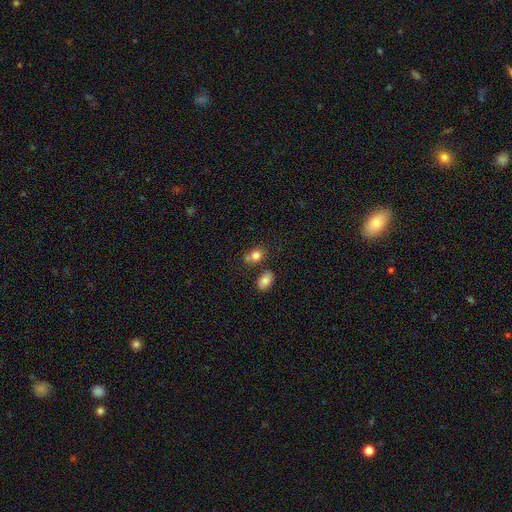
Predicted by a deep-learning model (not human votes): smooth_or_featured: smooth (p=0.80) [alt: star or artifact p=0.10]
how_rounded: in between (p=0.59) [alt: round p=0.40]
merging: none (p=0.54) [alt: merger p=0.28]